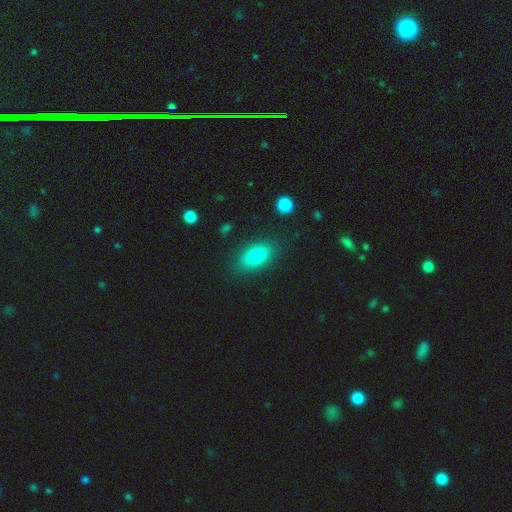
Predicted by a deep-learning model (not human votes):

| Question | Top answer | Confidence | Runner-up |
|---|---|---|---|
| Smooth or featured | smooth | 80% | featured or disk (11%) |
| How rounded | in between | 88% | round (9%) |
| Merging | none | 83% | minor disturbance (11%) |